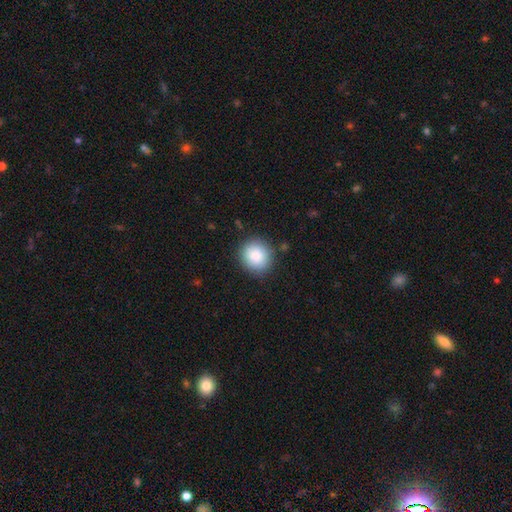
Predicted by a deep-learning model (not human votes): This appears to be a smooth galaxy with no disk features (86%) that is round (87%). Merging: none (88%).